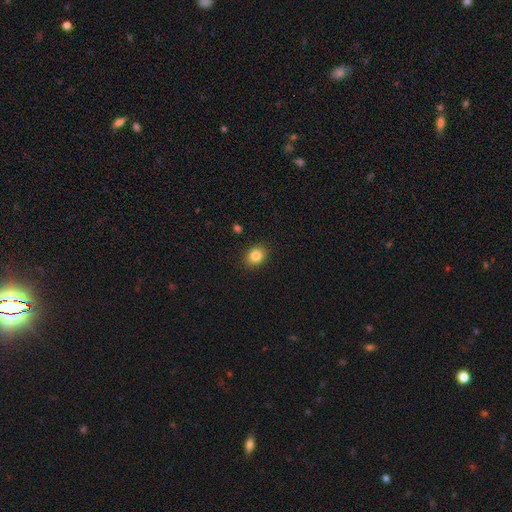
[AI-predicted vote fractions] smooth 84%, star or artifact 10%, featured or disk 6%. Down the decision tree: how rounded — round (53%); merging — none (90%).